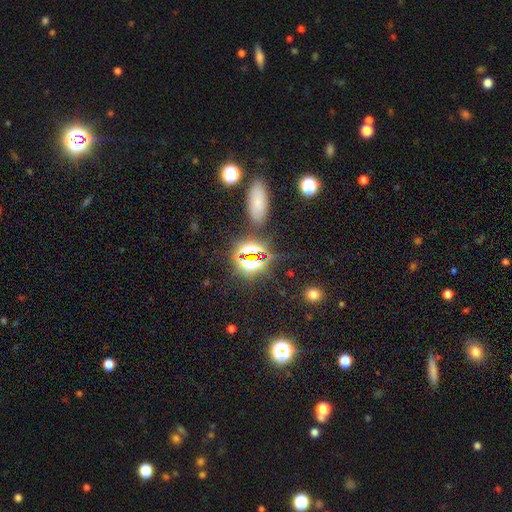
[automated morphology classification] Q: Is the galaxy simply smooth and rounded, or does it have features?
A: star or artifact — 71%.